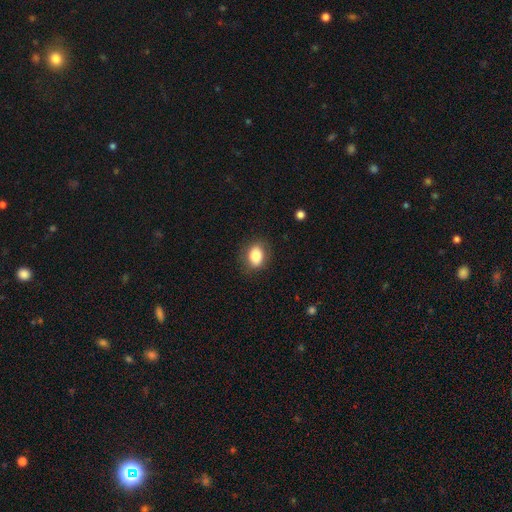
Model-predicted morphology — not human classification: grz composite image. It shows a smooth galaxy with no disk features (83%) that is in between round and cigar-shaped (71%). Merging: none (81%).